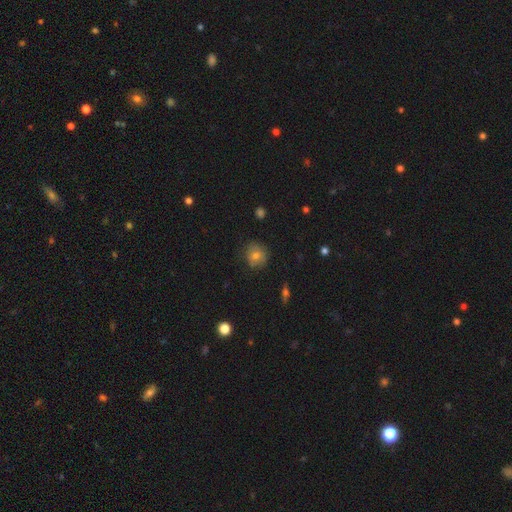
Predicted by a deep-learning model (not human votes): The model was most divided on "smooth or featured": smooth: 71%, featured or disk: 18%, star or artifact: 11%. More confident: how rounded — round (87%); merging — none (77%).